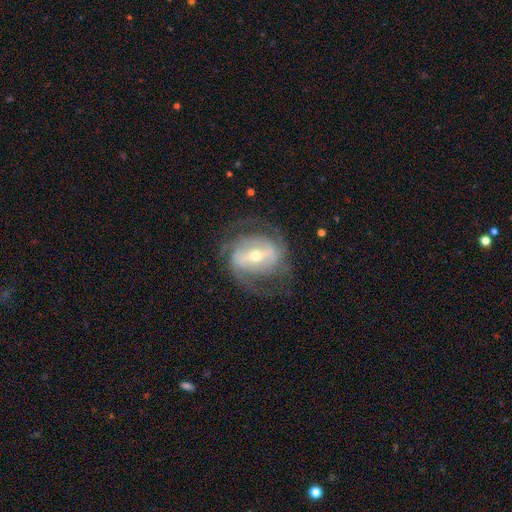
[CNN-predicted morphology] smooth-or-featured: featured or disk: 83% | smooth: 10% | star or artifact: 6%
  disk-edge-on: no: 95% | yes: 5%
    bar: strong: 54% | weak: 33% | no: 13%
    has-spiral-arms: yes: 88% | no: 12%
      spiral-winding: medium: 45% | tight: 34% | loose: 21%
      spiral-arm-count: 2: 61% | can't tell: 18% | 3: 12% | 1: 4% | 4: 3% | more than 4: 2%
    bulge-size: small: 48% | moderate: 47% | large: 3% | none: 1% | dominant: 1%
  merging: none: 68% | minor disturbance: 16% | major disturbance: 15% | merger: 1%